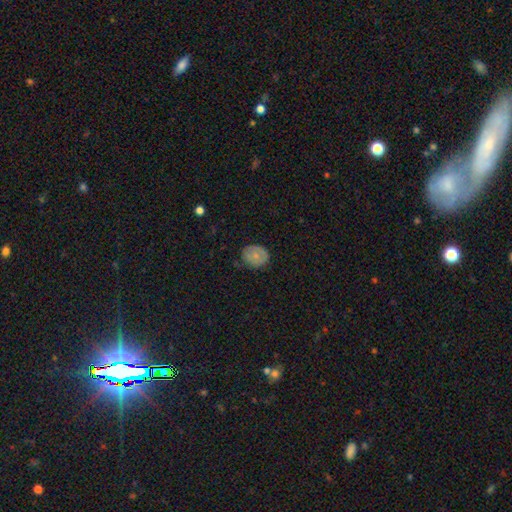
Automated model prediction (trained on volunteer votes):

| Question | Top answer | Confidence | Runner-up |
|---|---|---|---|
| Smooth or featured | smooth | 69% | featured or disk (22%) |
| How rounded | round | 67% | in between (32%) |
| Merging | none | 71% | minor disturbance (23%) |